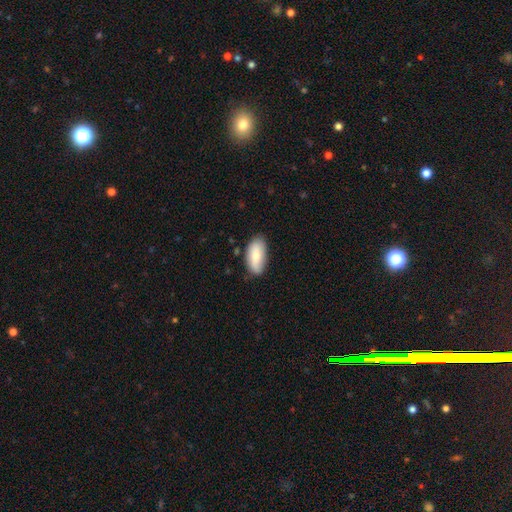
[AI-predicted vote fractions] Smooth or featured? Predicted: smooth (p=0.77). How rounded? Predicted: in between (p=0.93). Merging? Predicted: none (p=0.77).